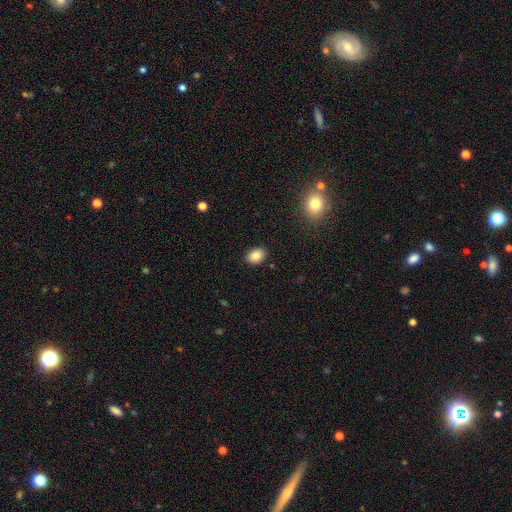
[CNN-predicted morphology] Smooth or featured? Predicted: smooth (p=0.84). How rounded? Predicted: in between (p=0.67). Merging? Predicted: none (p=0.89).